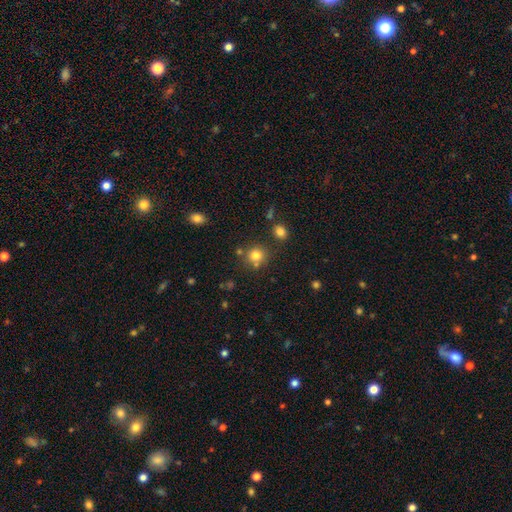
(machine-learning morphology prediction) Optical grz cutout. It shows a smooth galaxy with no disk features (78%) that is round (88%). Merging: none (72%).